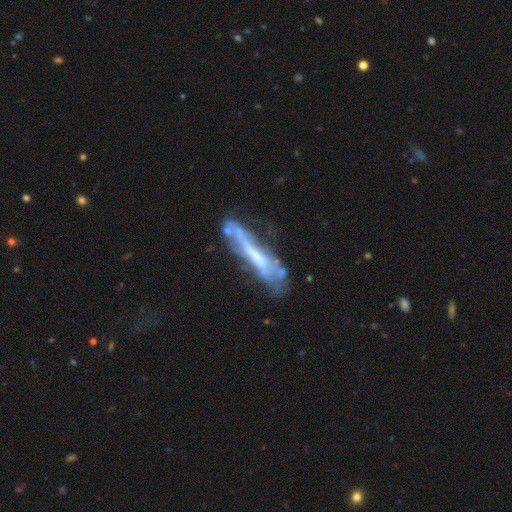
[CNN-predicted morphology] type=featured or disk (69%); edge-on=yes (55%); merging=none (46%).